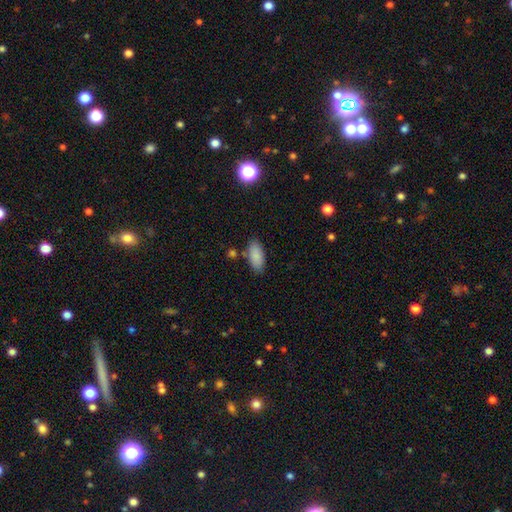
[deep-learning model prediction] Morphology: type=smooth (86%); roundness=in between (90%); merging=none (76%).